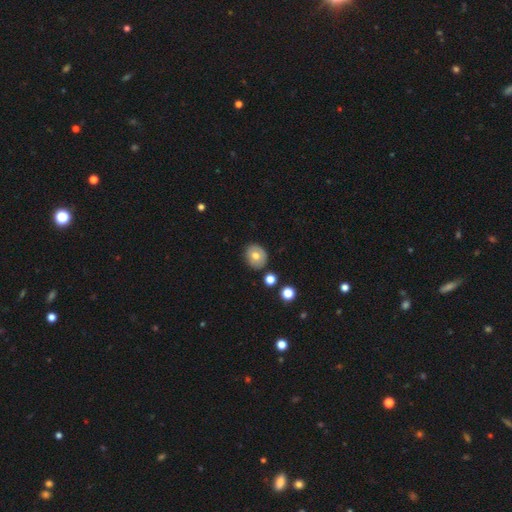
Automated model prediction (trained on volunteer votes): This is likely a smooth galaxy (70%). How rounded: likely round (64%). Merging: clearly none (84%).